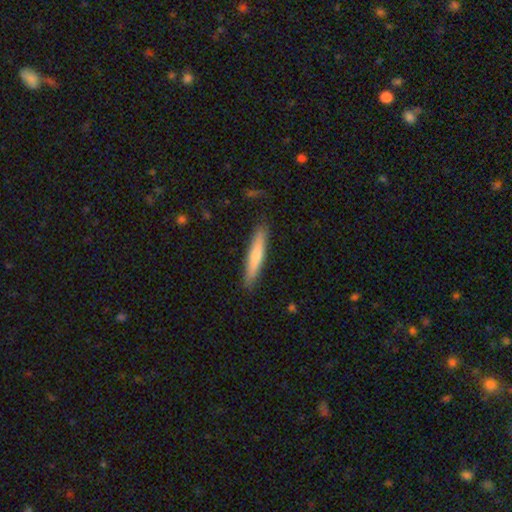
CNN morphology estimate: smooth 64%, featured or disk 31%, star or artifact 5%. Down the decision tree: how rounded — cigar-shaped (93%); merging — none (89%).